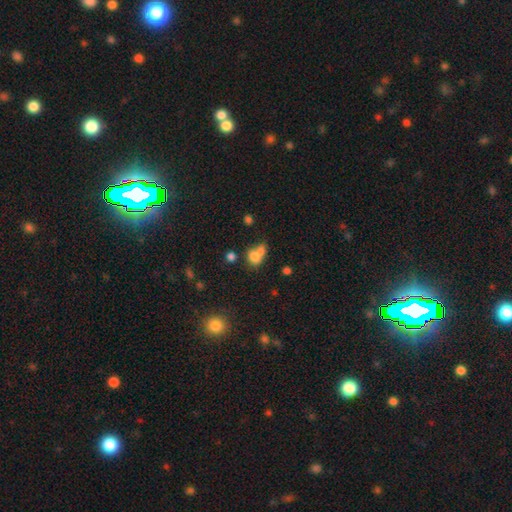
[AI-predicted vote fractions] Q: Smooth or featured?
A: smooth (73%); runner-up: featured or disk (14%)
Q: How rounded?
A: in between (50%); runner-up: round (48%)
Q: Merging?
A: merger (61%); runner-up: none (25%)